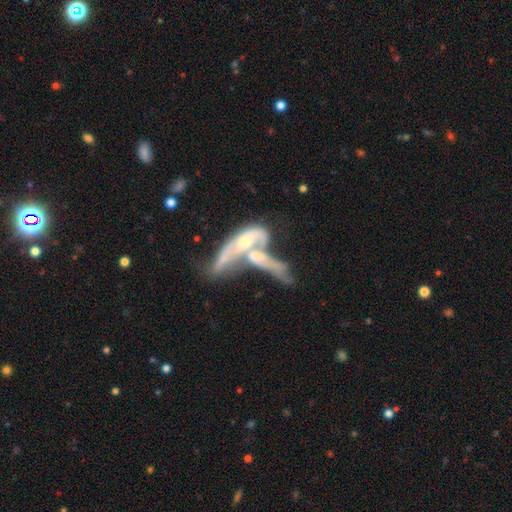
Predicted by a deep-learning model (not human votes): Smooth or featured?
  - featured or disk: 65% *
  - smooth: 27%
  - star or artifact: 8%
Edge-on disk?
  - no: 70% *
  - yes: 30%
Merging?
  - merger: 71% *
  - major disturbance: 12%
  - none: 10%
  - minor disturbance: 7%